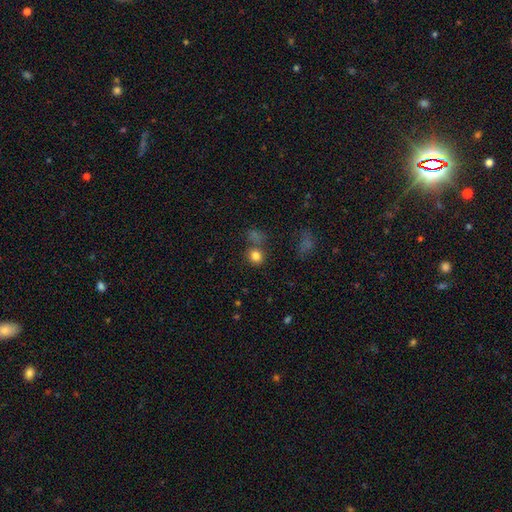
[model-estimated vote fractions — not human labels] smooth 81%, star or artifact 13%, featured or disk 6%. Down the decision tree: how rounded — round (80%); merging — none (69%).